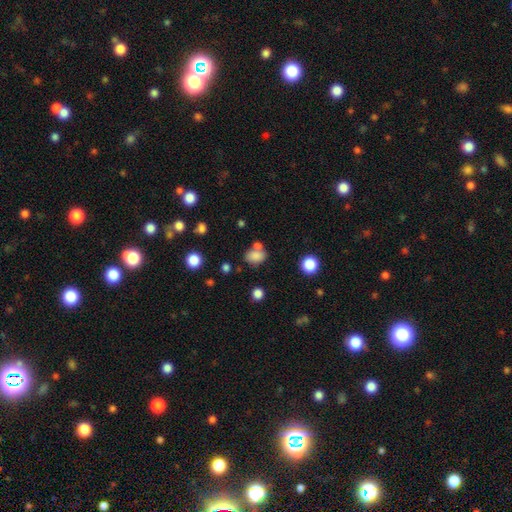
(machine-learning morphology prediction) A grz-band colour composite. It shows a smooth galaxy with no disk features (81%) that is in between round and cigar-shaped (67%). Merging: none (50%).